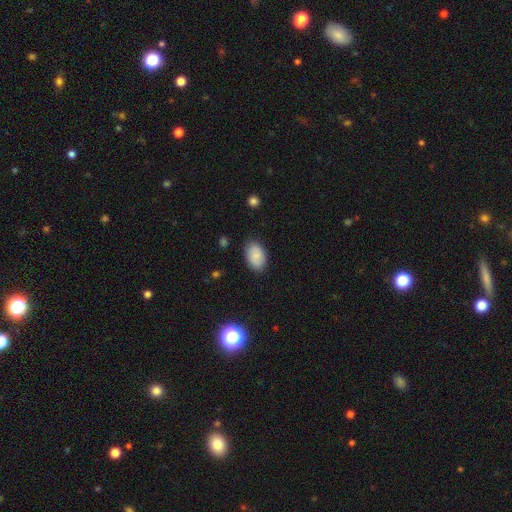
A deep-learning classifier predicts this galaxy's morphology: Smooth or featured?
  - smooth: 83% *
  - featured or disk: 10%
  - star or artifact: 7%
How rounded?
  - in between: 90% *
  - round: 9%
  - cigar-shaped: 1%
Merging?
  - none: 85% *
  - minor disturbance: 11%
  - major disturbance: 3%
  - merger: 1%